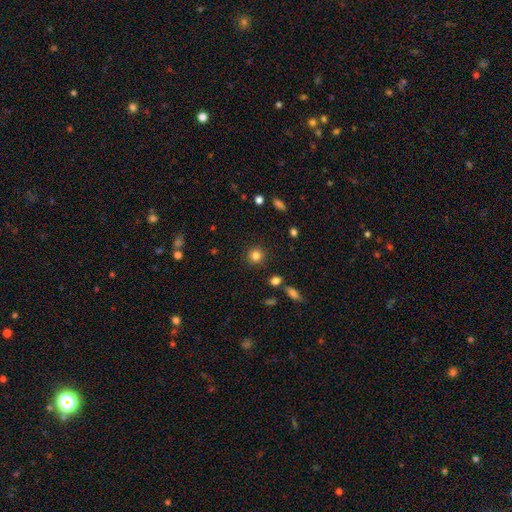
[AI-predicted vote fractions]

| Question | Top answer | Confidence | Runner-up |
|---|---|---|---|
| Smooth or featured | smooth | 83% | star or artifact (12%) |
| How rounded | round | 93% | in between (6%) |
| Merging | none | 90% | minor disturbance (6%) |